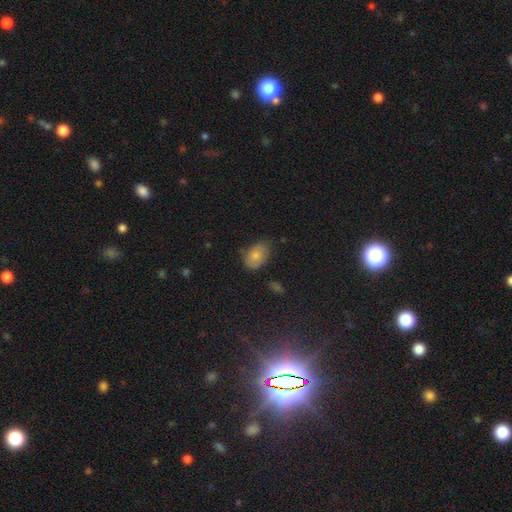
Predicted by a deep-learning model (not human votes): This appears to be a smooth galaxy with no disk features (75%) that is in between round and cigar-shaped (85%). Merging: none (63%).